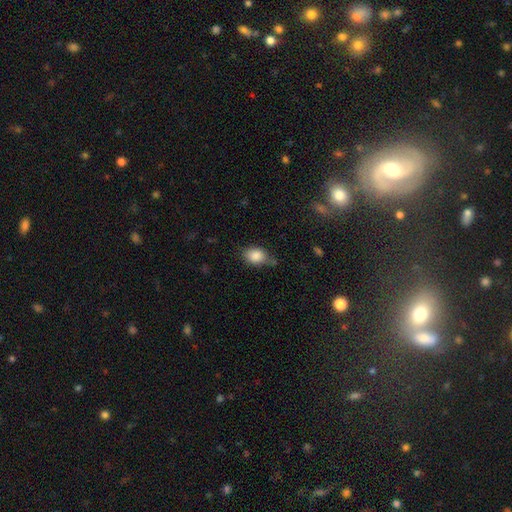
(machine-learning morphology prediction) type=smooth (86%); roundness=in between (70%); merging=none (60%).